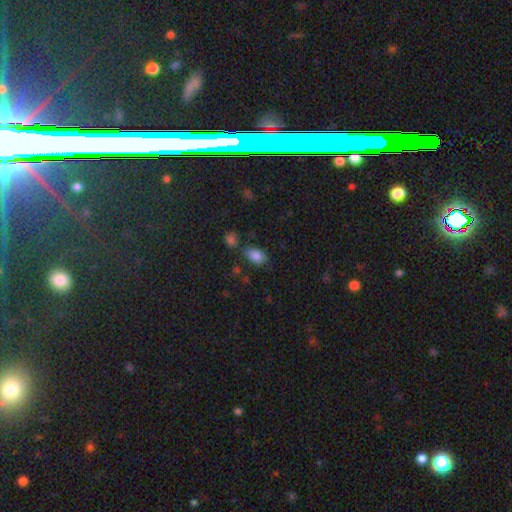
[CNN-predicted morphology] type=smooth (83%); roundness=in between (87%); merging=none (62%).